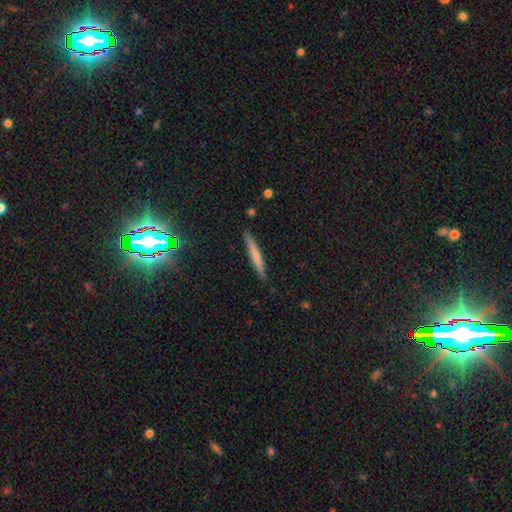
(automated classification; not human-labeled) Overall: smooth (64%; featured or disk 28%). How rounded: cigar-shaped (96%). Merging: none (89%).